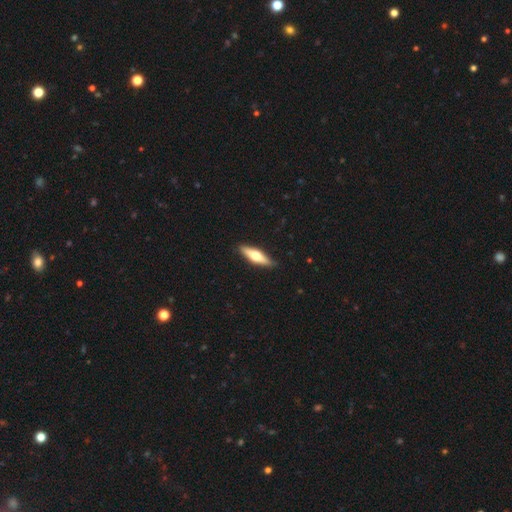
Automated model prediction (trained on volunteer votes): smooth_or_featured: featured or disk (p=0.50) [alt: smooth p=0.45]
merging: none (p=0.88) [alt: minor disturbance p=0.09]